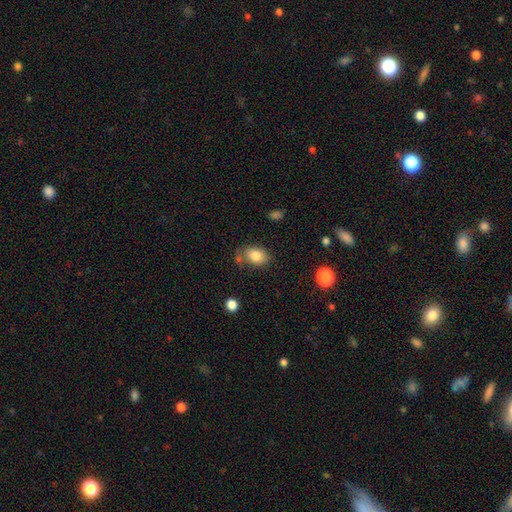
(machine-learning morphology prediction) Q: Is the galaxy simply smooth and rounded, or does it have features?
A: smooth — 83%.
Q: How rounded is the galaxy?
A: in between — 85%.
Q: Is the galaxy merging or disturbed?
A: none — 67%.